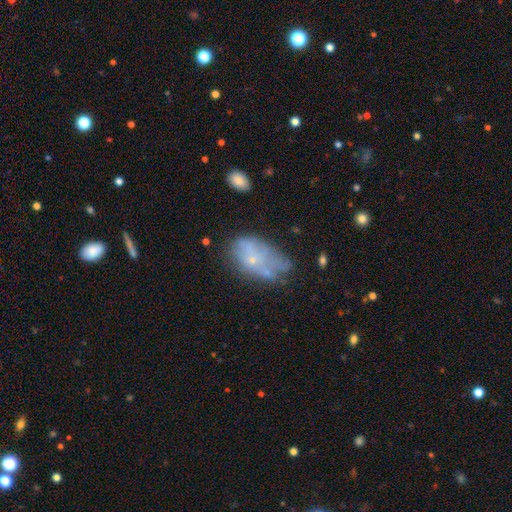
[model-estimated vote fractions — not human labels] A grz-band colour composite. It shows a smooth galaxy with no disk features (43%). Merging: none (39%).